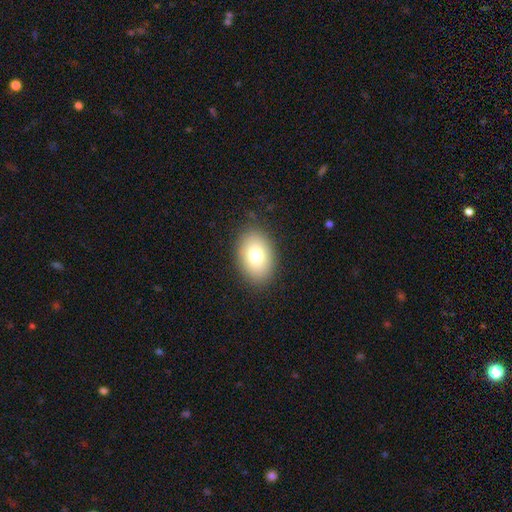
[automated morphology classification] Smooth or featured? smooth (80%)
How rounded? in between (88%)
Merging? none (86%)